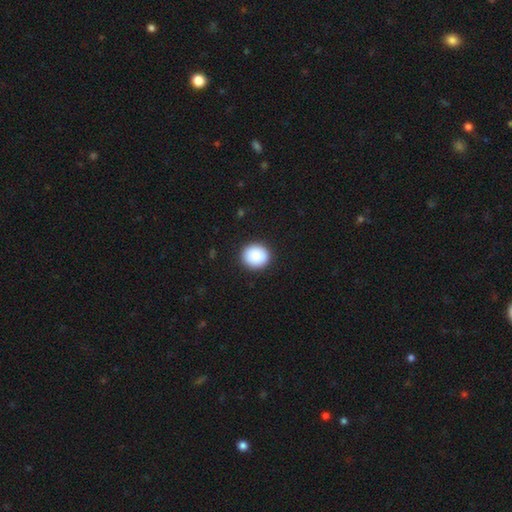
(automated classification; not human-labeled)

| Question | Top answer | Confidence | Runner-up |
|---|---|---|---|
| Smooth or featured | smooth | 86% | star or artifact (7%) |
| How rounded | round | 85% | in between (14%) |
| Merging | none | 91% | minor disturbance (7%) |